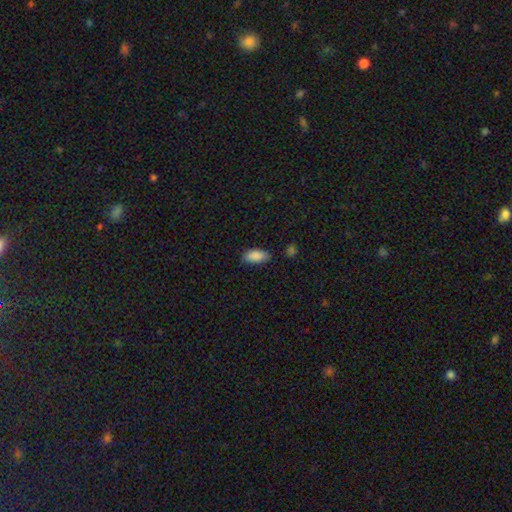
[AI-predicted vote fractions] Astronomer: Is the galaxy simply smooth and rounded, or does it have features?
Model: smooth — 89%.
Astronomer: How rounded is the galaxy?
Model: in between — 90%.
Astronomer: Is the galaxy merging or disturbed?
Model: none — 79%.